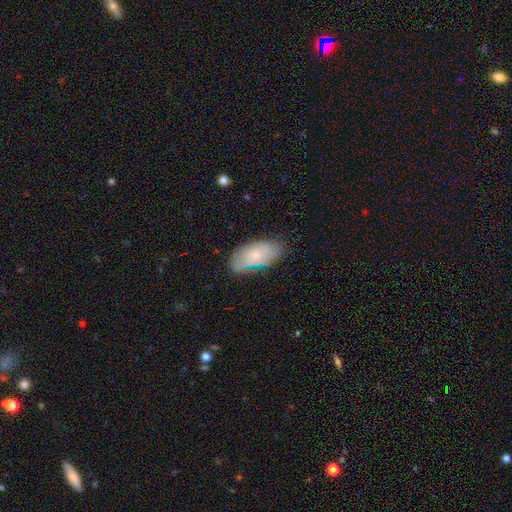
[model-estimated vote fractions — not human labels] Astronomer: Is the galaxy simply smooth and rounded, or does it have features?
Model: smooth — 59%.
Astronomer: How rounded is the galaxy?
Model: in between — 93%.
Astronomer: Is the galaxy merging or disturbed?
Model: none — 73%.